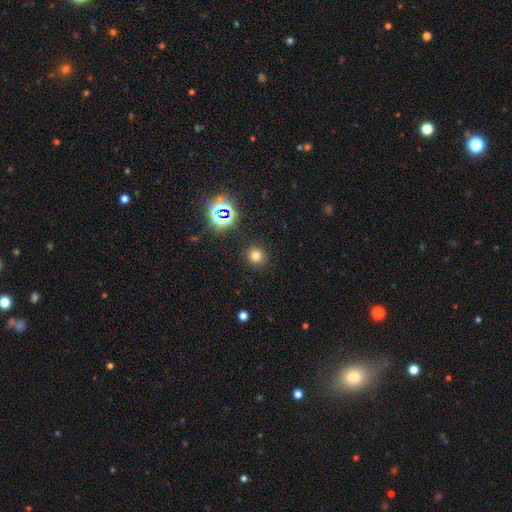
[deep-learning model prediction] Smooth or featured? smooth (72%)
How rounded? round (87%)
Merging? none (88%)